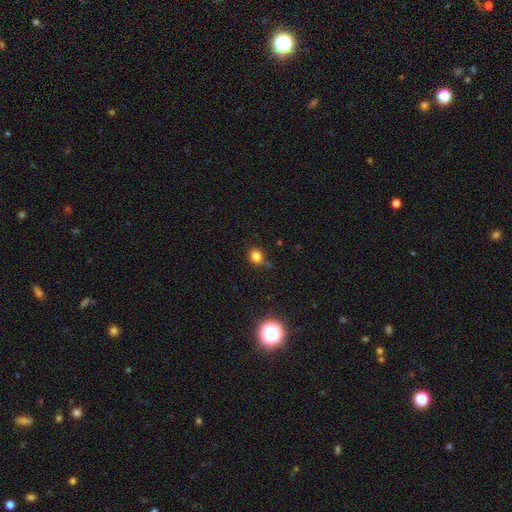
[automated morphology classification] This appears to be a smooth galaxy with no disk features (79%) that is round (76%). Merging: none (68%).